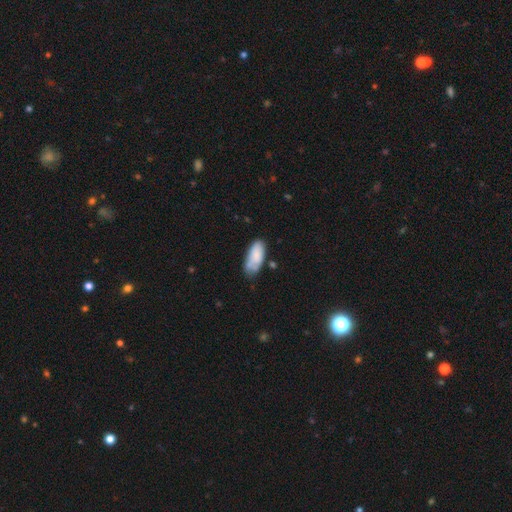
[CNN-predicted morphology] smooth 77%, featured or disk 16%, star or artifact 7%. Down the decision tree: how rounded — in between (86%); merging — none (53%).